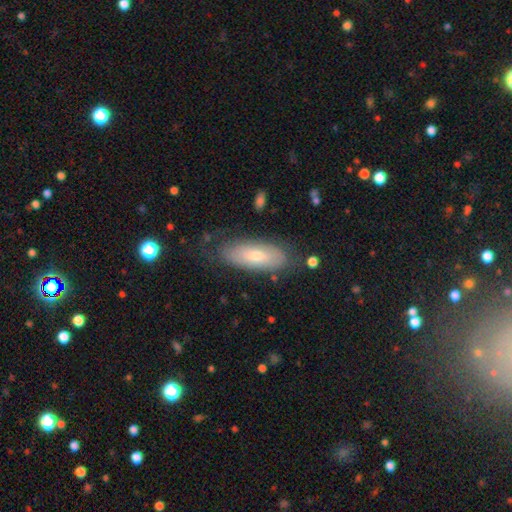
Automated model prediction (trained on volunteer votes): The model was most divided on "smooth or featured": smooth: 57%, featured or disk: 36%, star or artifact: 7%. More confident: merging — none (73%); how rounded — in between (72%).